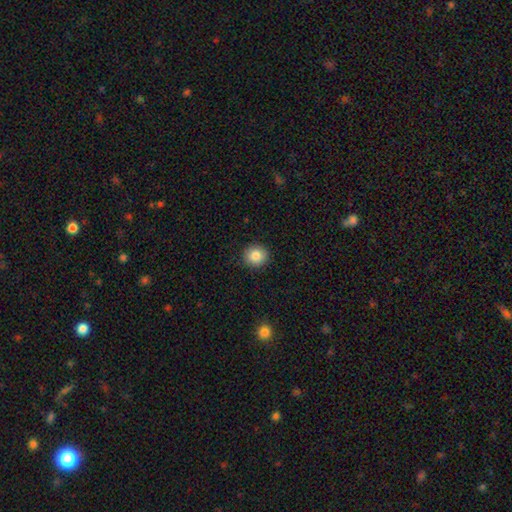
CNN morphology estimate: type=smooth (85%); roundness=round (87%); merging=none (91%).